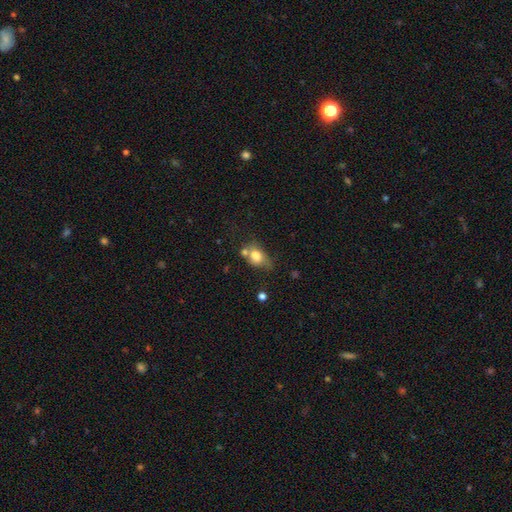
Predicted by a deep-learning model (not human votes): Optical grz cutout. It shows a smooth galaxy with no disk features (75%) that is in between round and cigar-shaped (65%). Merging: none (38%).